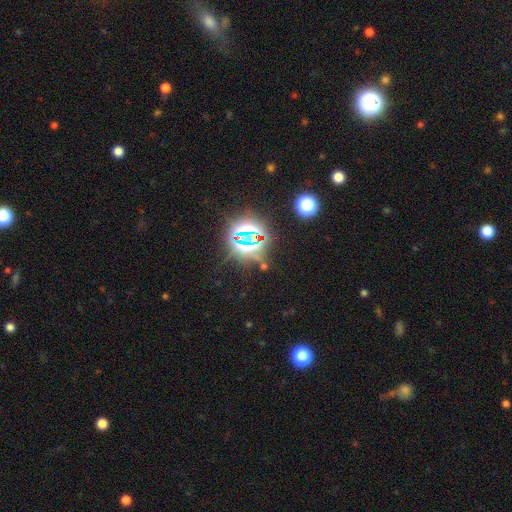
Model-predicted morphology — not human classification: Smooth or featured: star or artifact — 78% (smooth — 13%)